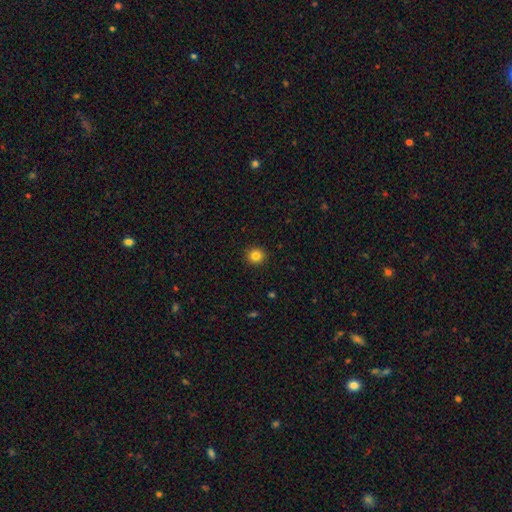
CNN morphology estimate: Q: Smooth or featured?
A: smooth (83%); runner-up: star or artifact (11%)
Q: How rounded?
A: round (93%); runner-up: in between (6%)
Q: Merging?
A: none (92%); runner-up: minor disturbance (5%)